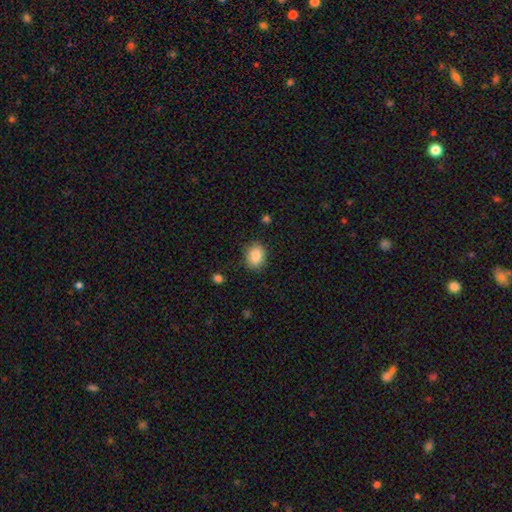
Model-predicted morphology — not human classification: Smooth or featured? smooth (87%)
How rounded? in between (57%)
Merging? none (86%)